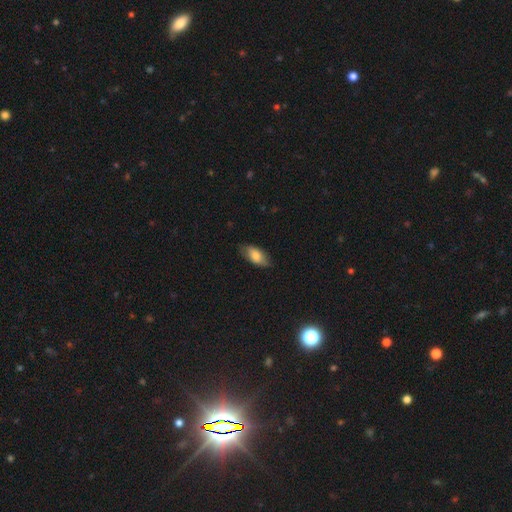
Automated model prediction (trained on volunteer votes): The model was most divided on "merging": none: 78%, minor disturbance: 18%, major disturbance: 3%, merger: 1%. More confident: how rounded — in between (88%); smooth or featured — smooth (77%).